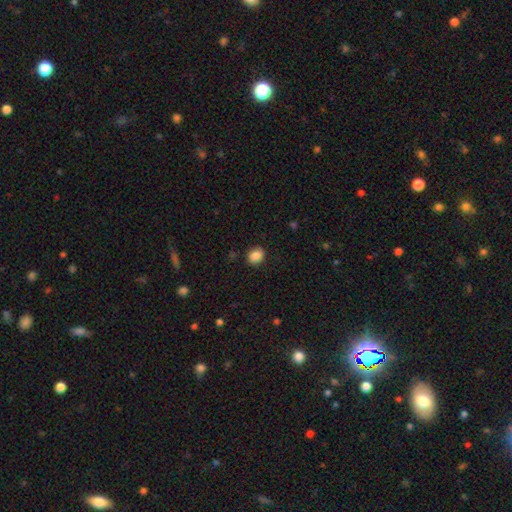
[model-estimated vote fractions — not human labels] This is clearly a smooth galaxy (86%). How rounded: possibly round (59%). Merging: clearly none (88%).